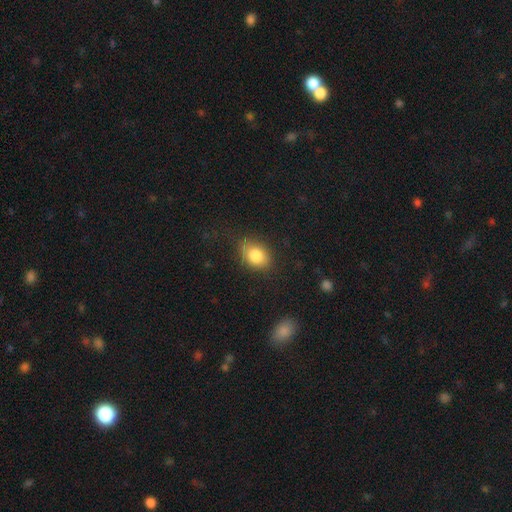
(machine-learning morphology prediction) The model was most divided on "how rounded": in between: 72%, round: 27%, cigar-shaped: 1%. More confident: smooth or featured — smooth (81%); merging — none (75%).